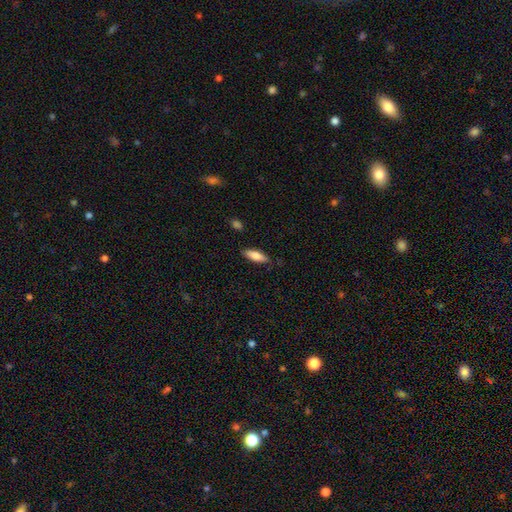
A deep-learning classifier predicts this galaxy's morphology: The model was most divided on "how rounded": in between: 59%, cigar-shaped: 39%, round: 2%. More confident: smooth or featured — smooth (81%); merging — none (80%).